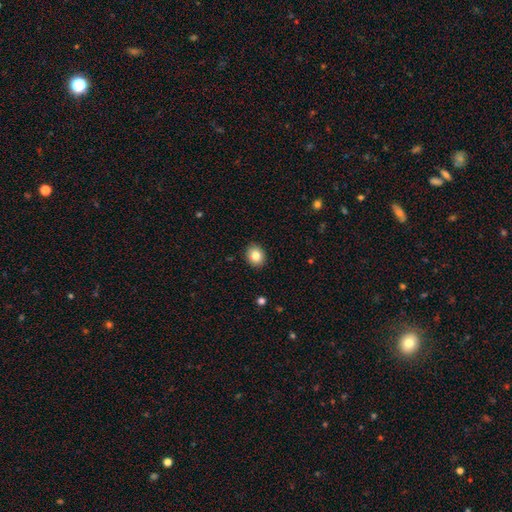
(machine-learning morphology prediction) Smooth or featured?
  - smooth: 83% *
  - star or artifact: 9%
  - featured or disk: 8%
How rounded?
  - round: 53% *
  - in between: 46%
  - cigar-shaped: 1%
Merging?
  - none: 90% *
  - minor disturbance: 7%
  - major disturbance: 2%
  - merger: 1%